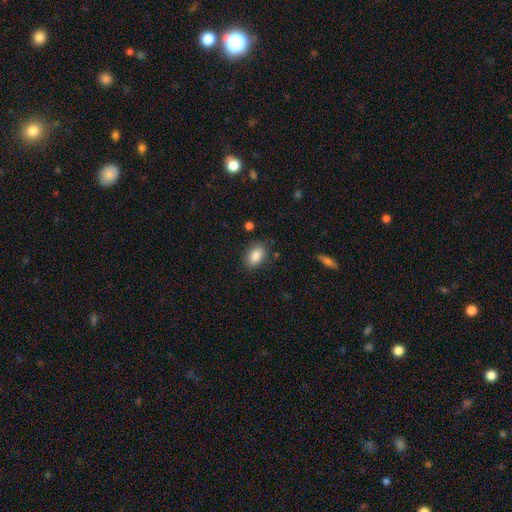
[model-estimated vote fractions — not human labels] smooth_or_featured: smooth (p=0.85) [alt: star or artifact p=0.08]
how_rounded: in between (p=0.87) [alt: round p=0.12]
merging: none (p=0.82) [alt: minor disturbance p=0.13]